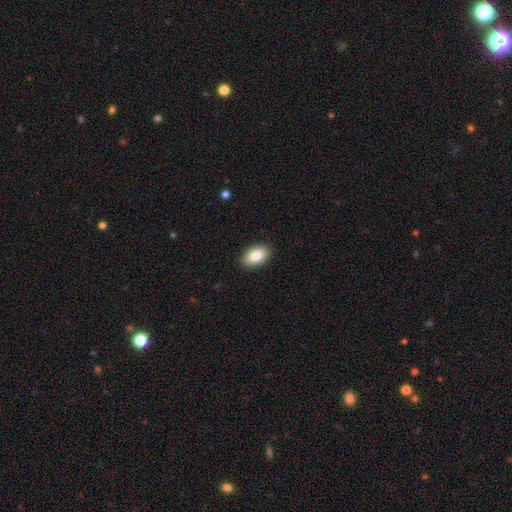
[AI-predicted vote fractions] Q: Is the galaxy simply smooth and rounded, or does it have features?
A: smooth — 85%.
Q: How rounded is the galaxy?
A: in between — 92%.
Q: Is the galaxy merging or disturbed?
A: none — 90%.